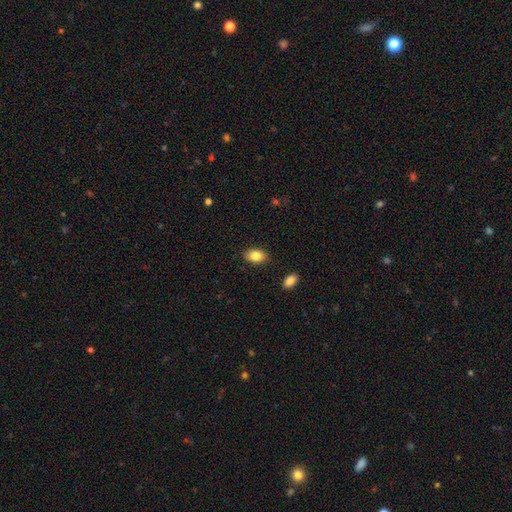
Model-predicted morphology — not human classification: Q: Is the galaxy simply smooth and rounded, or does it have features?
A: smooth — 84%.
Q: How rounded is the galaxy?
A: in between — 88%.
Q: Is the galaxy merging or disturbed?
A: none — 88%.